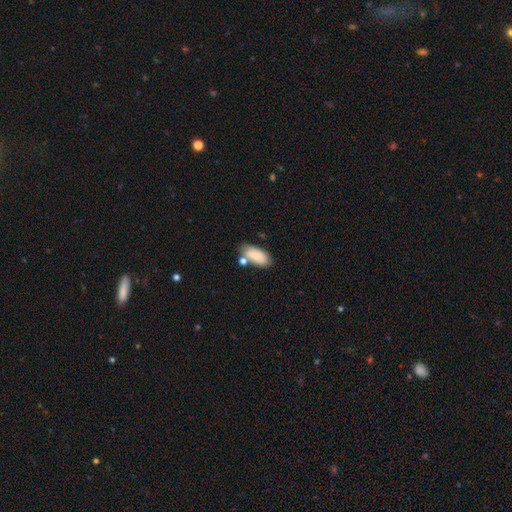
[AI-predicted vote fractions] Morphology: type=smooth (86%); roundness=in between (89%); merging=none (59%).